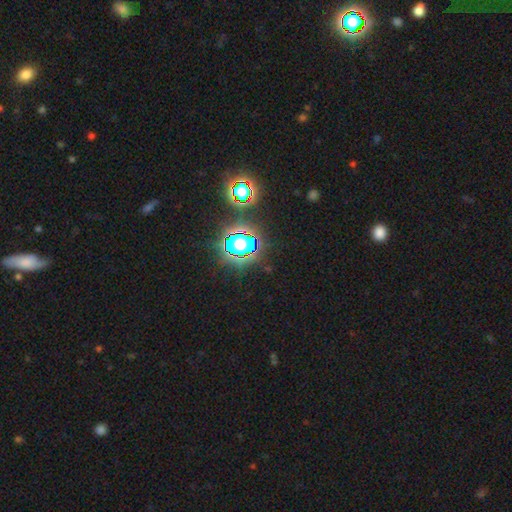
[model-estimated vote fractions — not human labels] Q: Smooth or featured?
A: star or artifact (79%); runner-up: smooth (13%)